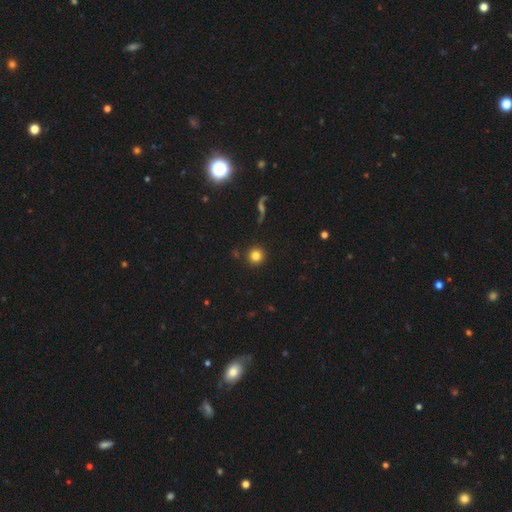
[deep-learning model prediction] Smooth or featured? smooth (82%)
How rounded? round (95%)
Merging? none (91%)